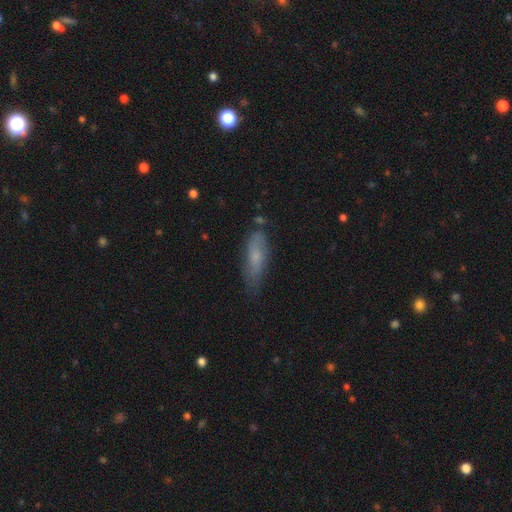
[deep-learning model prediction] Overall: smooth (65%; featured or disk 27%). How rounded: in between (50%; cigar-shaped 48%). Merging: none (67%).